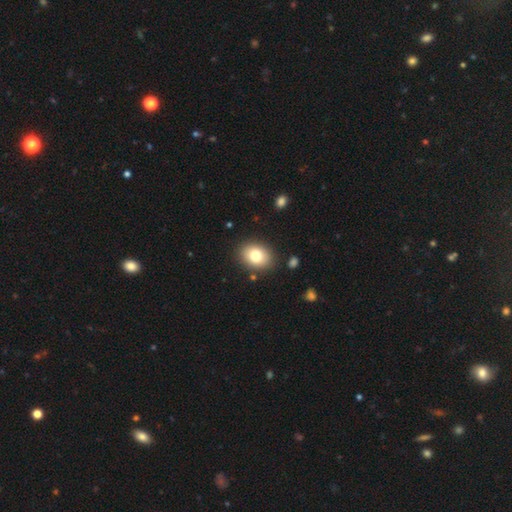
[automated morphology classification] type=smooth (80%); roundness=in between (65%); merging=none (87%).